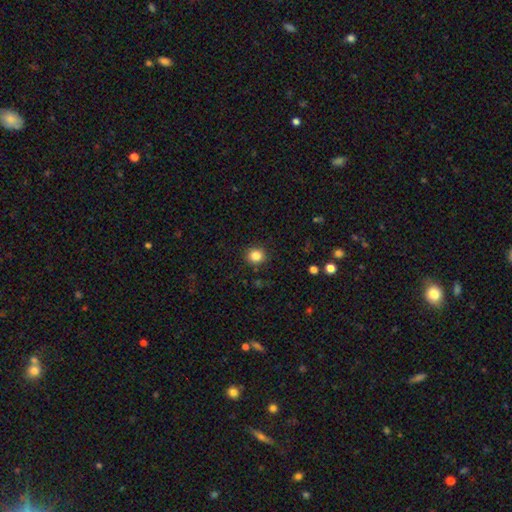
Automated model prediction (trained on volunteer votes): Smooth or featured? Predicted: smooth (p=0.84). How rounded? Predicted: round (p=0.88). Merging? Predicted: none (p=0.90).